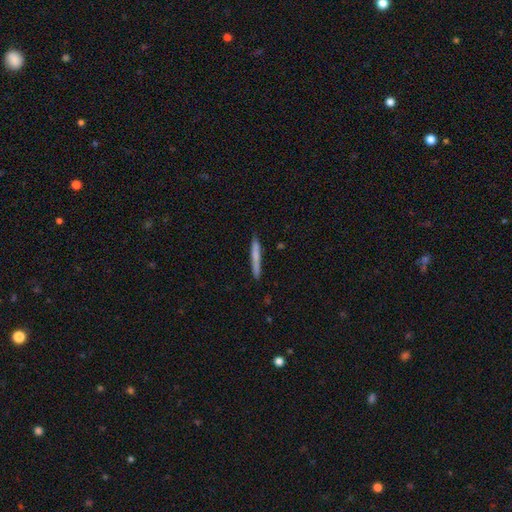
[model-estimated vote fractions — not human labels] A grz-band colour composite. It shows a smooth galaxy with no disk features (69%) that is cigar-shaped (96%). Merging: none (87%).